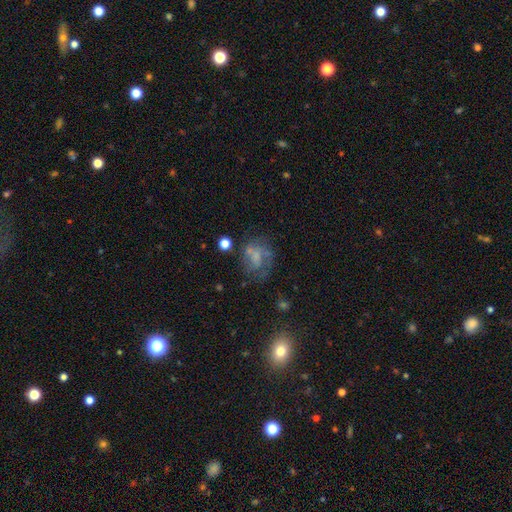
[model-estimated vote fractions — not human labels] Smooth or featured?
  - featured or disk: 46% *
  - smooth: 39%
  - star or artifact: 16%
Merging?
  - none: 41% *
  - major disturbance: 28%
  - minor disturbance: 21%
  - merger: 10%